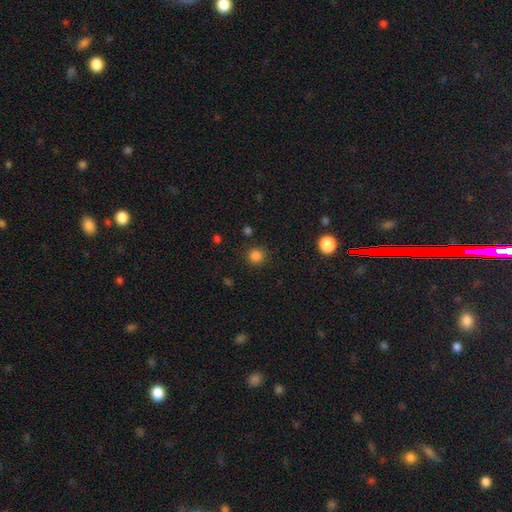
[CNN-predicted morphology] Smooth or featured?
  - smooth: 83% *
  - star or artifact: 13%
  - featured or disk: 3%
How rounded?
  - round: 93% *
  - in between: 6%
  - cigar-shaped: 1%
Merging?
  - none: 88% *
  - minor disturbance: 7%
  - major disturbance: 3%
  - merger: 2%